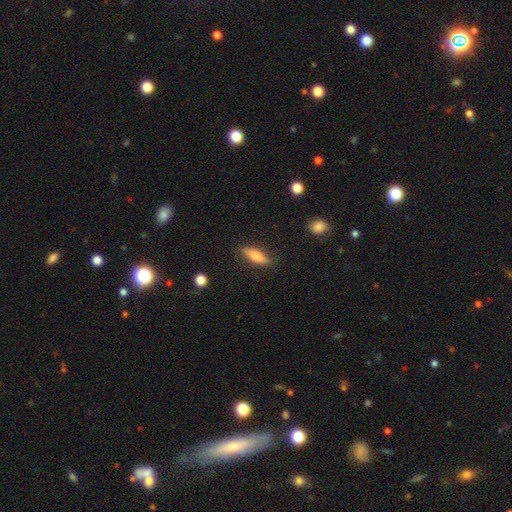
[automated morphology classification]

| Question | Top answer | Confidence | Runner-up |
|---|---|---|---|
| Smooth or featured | smooth | 73% | featured or disk (21%) |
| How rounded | cigar-shaped | 51% | in between (46%) |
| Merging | none | 84% | minor disturbance (12%) |